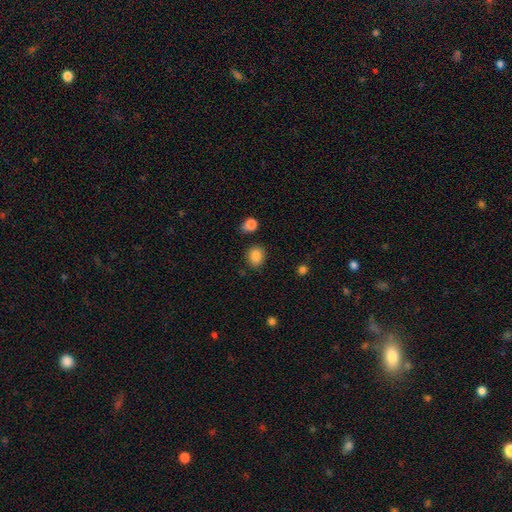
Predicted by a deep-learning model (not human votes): Smooth or featured? smooth (86%)
How rounded? round (66%)
Merging? none (80%)